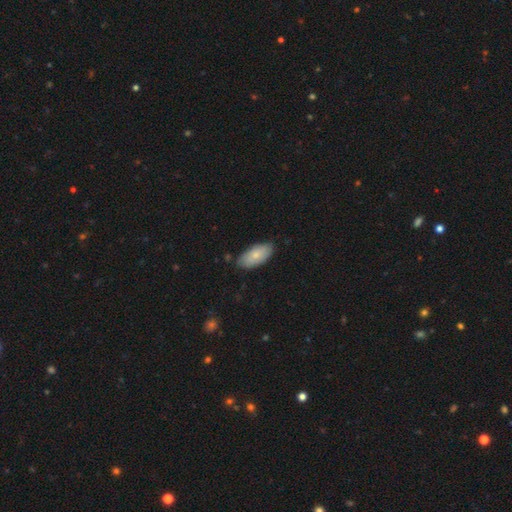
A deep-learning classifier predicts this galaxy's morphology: This appears to be a smooth galaxy with no disk features (77%) that is in between round and cigar-shaped (92%). Merging: none (77%).